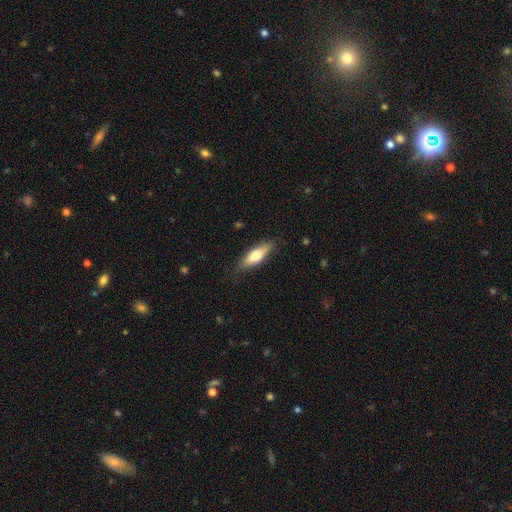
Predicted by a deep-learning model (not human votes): Overall: smooth (65%; featured or disk 29%). How rounded: in between (53%; cigar-shaped 45%). Merging: none (84%).